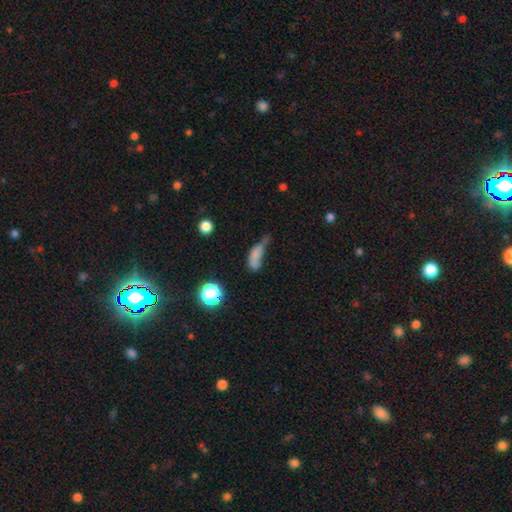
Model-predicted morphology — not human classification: Q: Smooth or featured?
A: smooth (65%); runner-up: featured or disk (21%)
Q: How rounded?
A: in between (70%); runner-up: cigar-shaped (22%)
Q: Merging?
A: major disturbance (35%); runner-up: minor disturbance (28%)